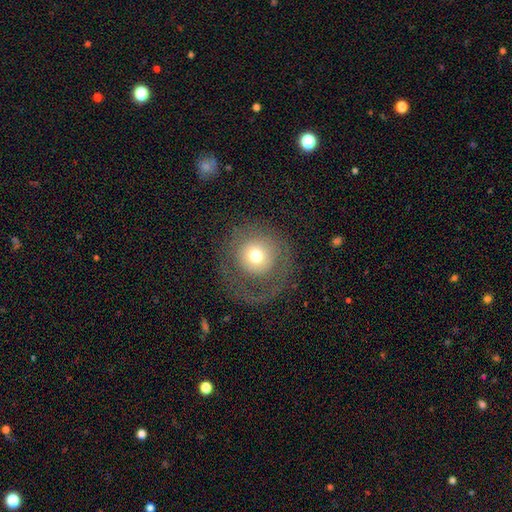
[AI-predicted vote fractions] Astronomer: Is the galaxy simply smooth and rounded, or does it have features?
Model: smooth — 55% (runner-up: featured or disk, 33%).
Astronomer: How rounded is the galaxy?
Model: round — 92%.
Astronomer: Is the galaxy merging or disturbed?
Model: none — 59%.